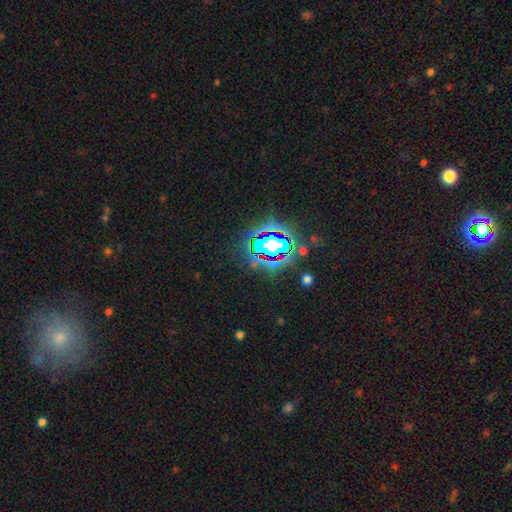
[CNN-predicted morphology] smooth-or-featured: star or artifact: 81% | smooth: 11% | featured or disk: 8%